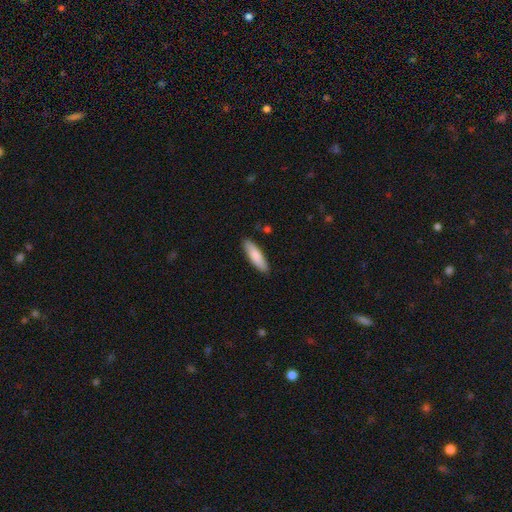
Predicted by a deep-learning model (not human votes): This appears to be a smooth galaxy with no disk features (84%) that is cigar-shaped (60%). Merging: none (88%).